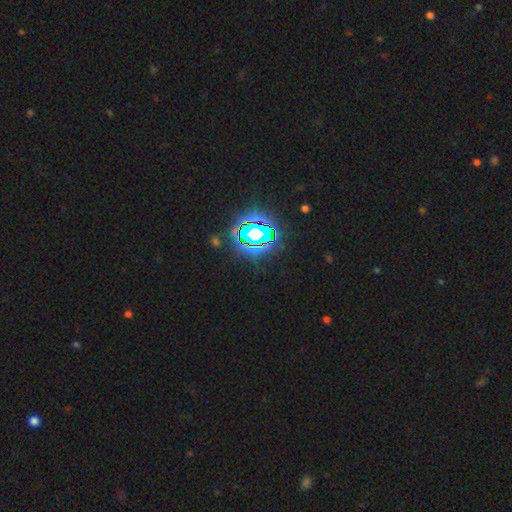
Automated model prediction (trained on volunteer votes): Smooth or featured? star or artifact (84%)